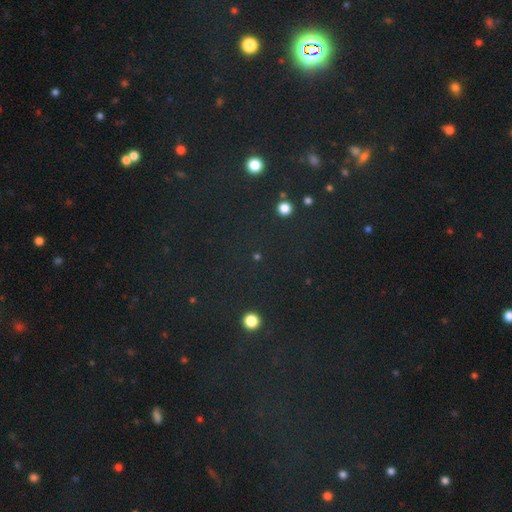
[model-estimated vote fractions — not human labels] Smooth or featured: star or artifact — 71% (smooth — 22%)